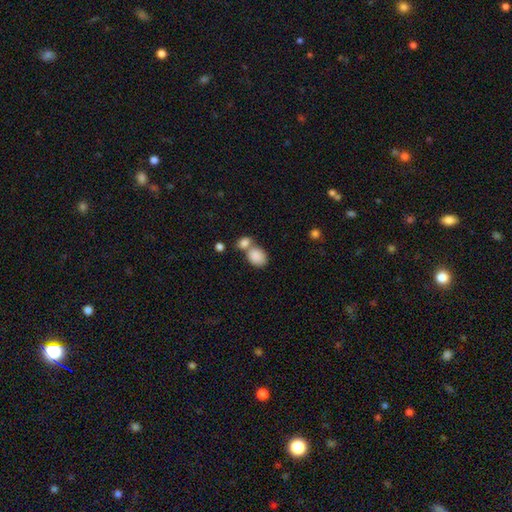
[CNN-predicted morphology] type=smooth (86%); roundness=in between (70%); merging=merger (49%).